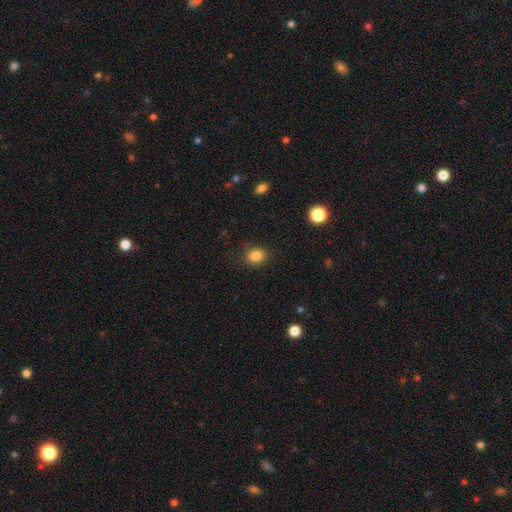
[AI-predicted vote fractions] This is clearly a smooth galaxy (84%). How rounded: likely round (61%). Merging: clearly none (83%).